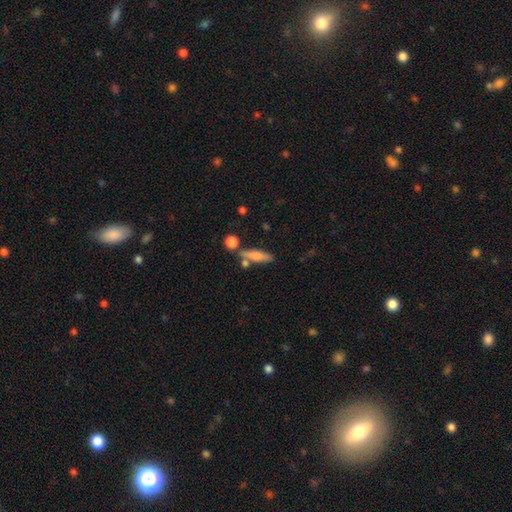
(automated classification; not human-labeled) Smooth or featured: smooth — 68% (featured or disk — 25%)
How rounded: cigar-shaped — 67% (in between — 29%)
Merging: none — 67% (merger — 14%)